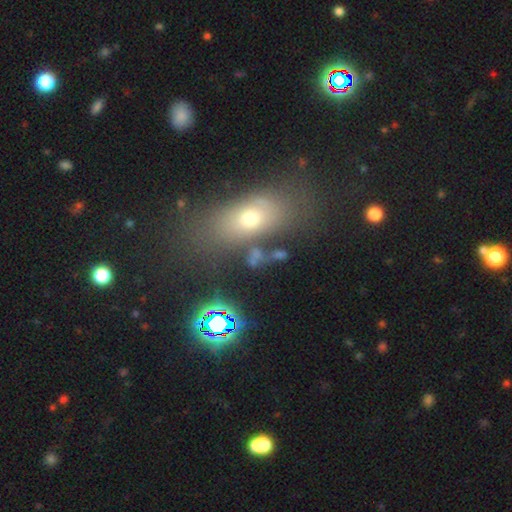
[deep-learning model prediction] The model was most divided on "smooth or featured": smooth: 59%, featured or disk: 21%, star or artifact: 20%. More confident: how rounded — in between (72%); merging — none (63%).